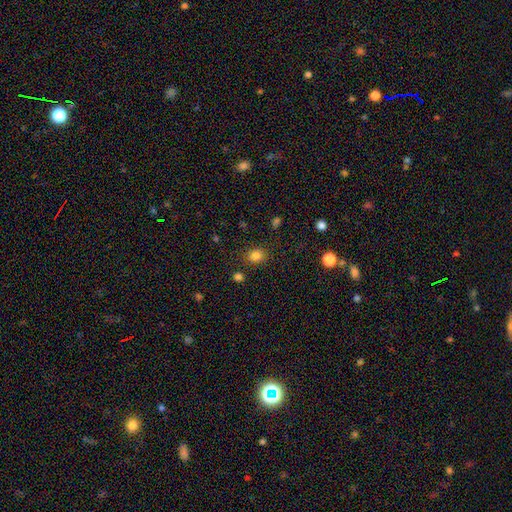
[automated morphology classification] smooth 83%, star or artifact 12%, featured or disk 5%. Down the decision tree: how rounded — round (58%); merging — none (85%).